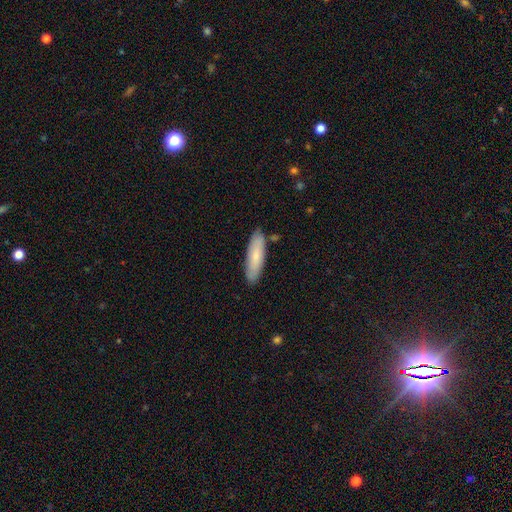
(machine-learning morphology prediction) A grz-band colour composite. It shows a smooth galaxy with no disk features (74%) that is cigar-shaped (59%). Merging: none (85%).